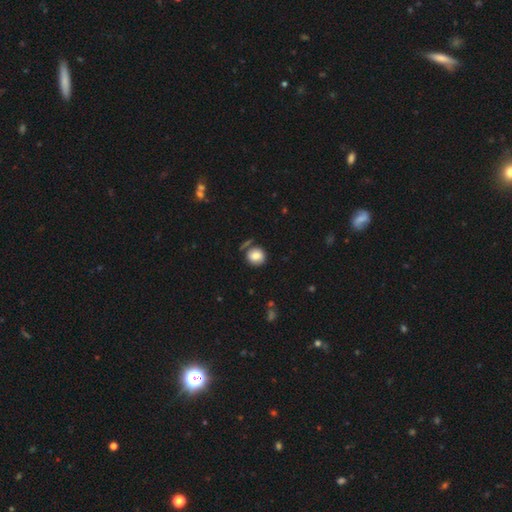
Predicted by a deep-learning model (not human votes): Overall: smooth (81%). How rounded: round (82%). Merging: none (72%).